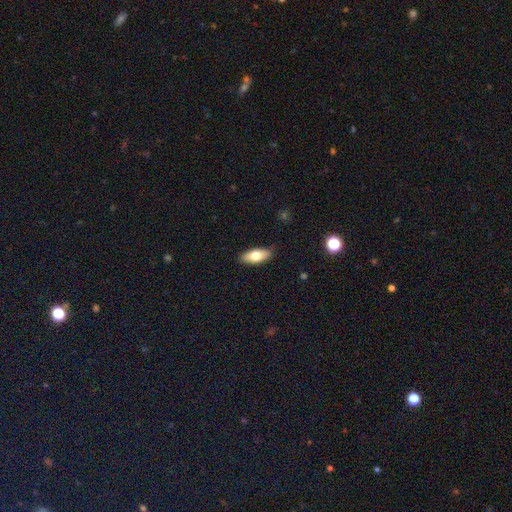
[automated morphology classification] Smooth or featured?
  - smooth: 73% *
  - featured or disk: 21%
  - star or artifact: 7%
How rounded?
  - in between: 82% *
  - cigar-shaped: 15%
  - round: 3%
Merging?
  - none: 88% *
  - minor disturbance: 10%
  - major disturbance: 2%
  - merger: 1%